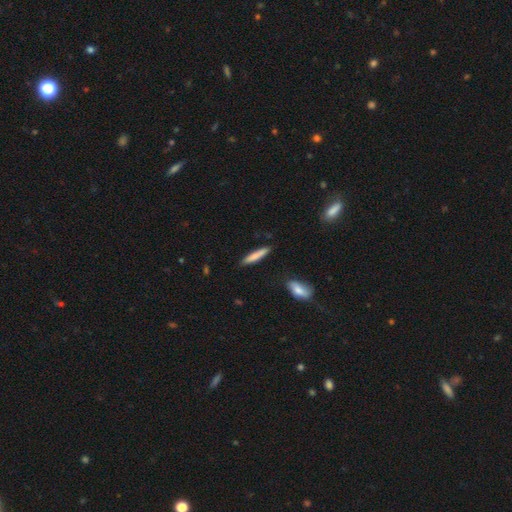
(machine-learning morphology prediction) Q: Smooth or featured?
A: smooth (77%); runner-up: featured or disk (18%)
Q: How rounded?
A: cigar-shaped (90%); runner-up: in between (8%)
Q: Merging?
A: none (87%); runner-up: minor disturbance (9%)